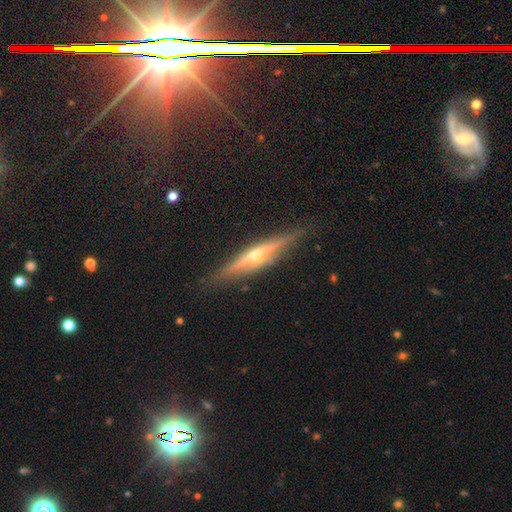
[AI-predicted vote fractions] A featured or disk galaxy (77%) viewed edge-on (96%) with a rounded central bulge (85%).

Vote fractions:
- Smooth or featured? featured or disk: 77% / smooth: 13% / star or artifact: 9%
- Edge-on disk? yes: 96% / no: 4%
- Edge-on bulge? rounded: 85% / none: 10% / boxy: 5%
- Merging? none: 88% / minor disturbance: 9% / major disturbance: 2% / merger: 1%